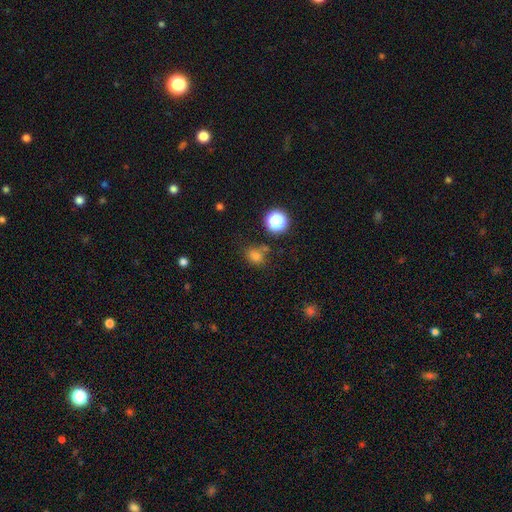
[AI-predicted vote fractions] Smooth or featured? Predicted: smooth (p=0.74). How rounded? Predicted: round (p=0.64). Merging? Predicted: none (p=0.67).